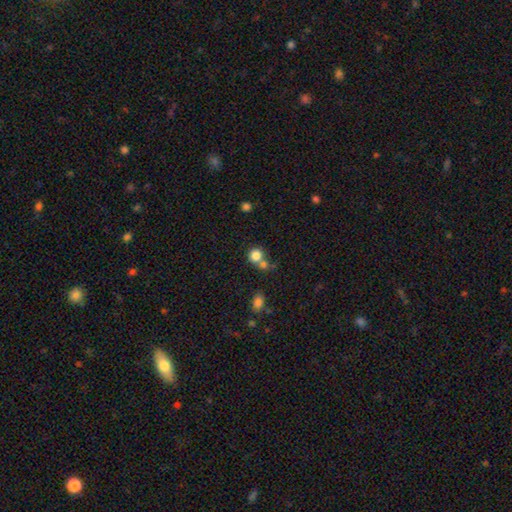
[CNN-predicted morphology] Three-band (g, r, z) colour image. It shows a smooth galaxy with no disk features (82%) that is round (87%). Merging: none (52%).